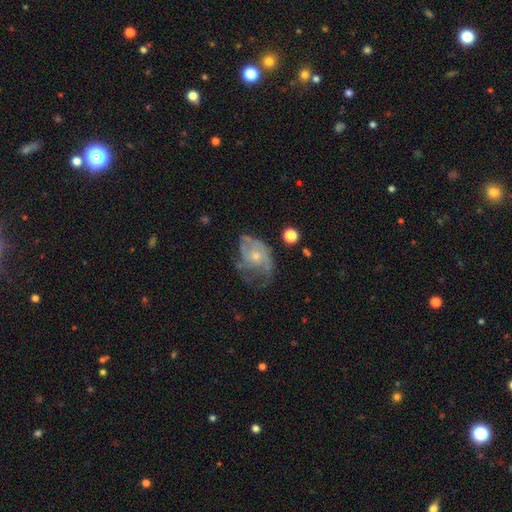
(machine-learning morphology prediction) This is likely a featured or disk galaxy (71%). It is clearly not viewed edge-on (97%). Bar: clearly no (82%). Spiral arm pattern: likely yes (73%). Spiral arm count: marginally can't tell (43%). Spiral winding: marginally medium (39%). Central bulge: possibly small (55%). Merging: marginally none (37%).